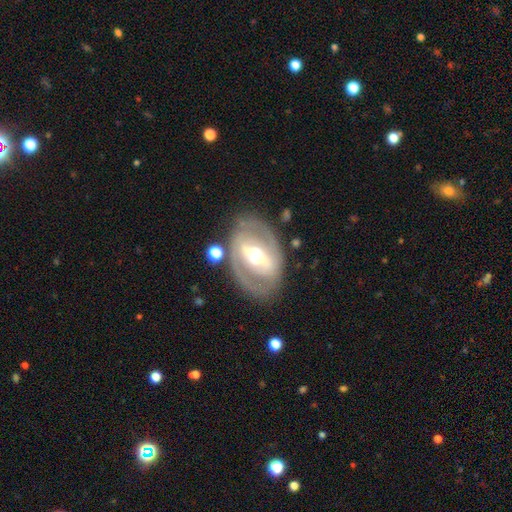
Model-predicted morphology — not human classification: Smooth or featured? Predicted: featured or disk (p=0.75). Edge-on disk? Predicted: no (p=0.93). Bar? Predicted: strong (p=0.50). Spiral arms? Predicted: no (p=0.52). Bulge size? Predicted: moderate (p=0.70). Merging? Predicted: none (p=0.75).